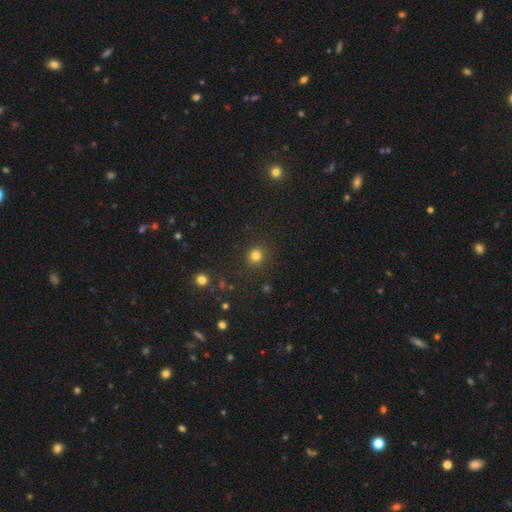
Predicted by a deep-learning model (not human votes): smooth 81%, star or artifact 14%, featured or disk 5%. Down the decision tree: how rounded — round (91%); merging — none (90%).